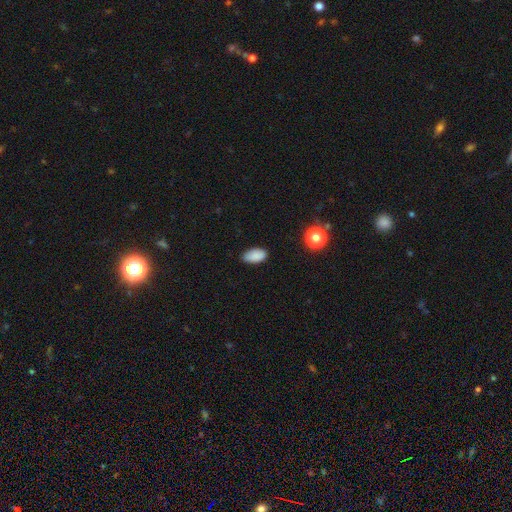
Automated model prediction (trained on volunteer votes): smooth 87%, star or artifact 9%, featured or disk 4%. Down the decision tree: how rounded — in between (93%); merging — none (82%).